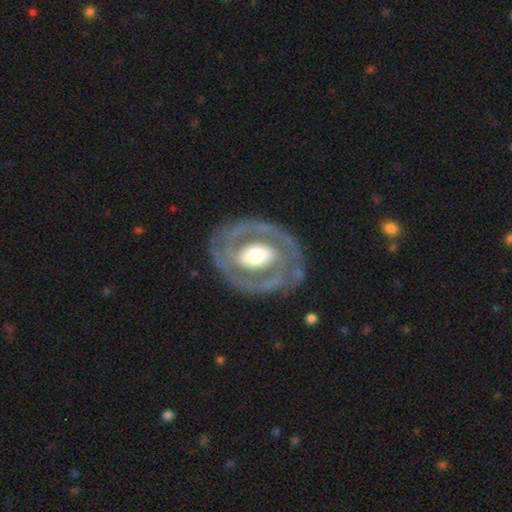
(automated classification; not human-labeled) This is clearly a featured or disk galaxy (80%). It is clearly not viewed edge-on (96%). Bar: marginally strong (42%). Spiral arm pattern: likely yes (67%). Spiral arm count: likely 2 (72%). Spiral winding: possibly tight (57%). Central bulge: possibly moderate (55%). Merging: likely none (78%).